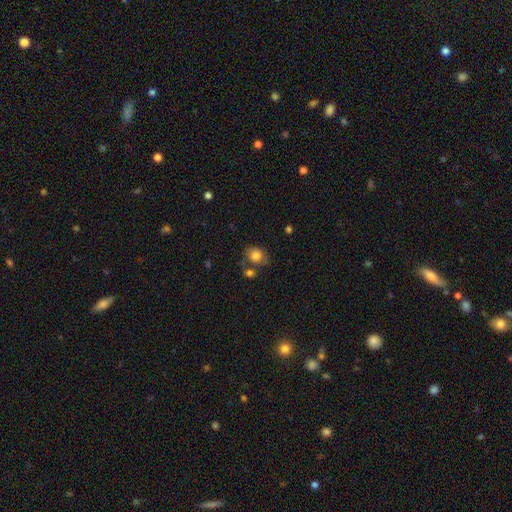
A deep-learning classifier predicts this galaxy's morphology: This appears to be a smooth galaxy with no disk features (78%) that is in between round and cigar-shaped (50%). Merging: none (54%).